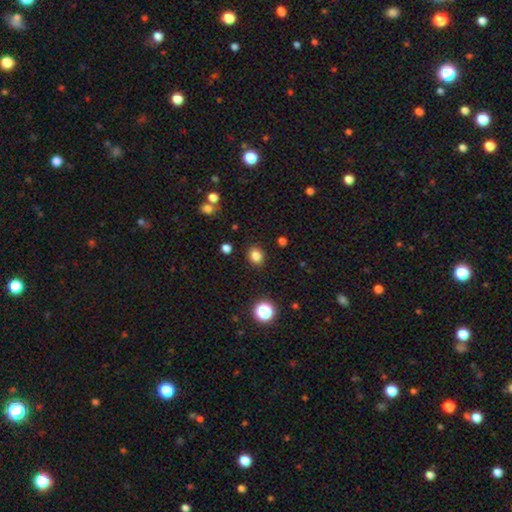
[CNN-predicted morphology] A smooth galaxy with no disk features (83%) that is round (68%).

Vote fractions:
- Smooth or featured? smooth: 83% / star or artifact: 13% / featured or disk: 5%
- How rounded? round: 68% / in between: 31% / cigar-shaped: 1%
- Merging? none: 88% / minor disturbance: 8% / major disturbance: 2% / merger: 2%